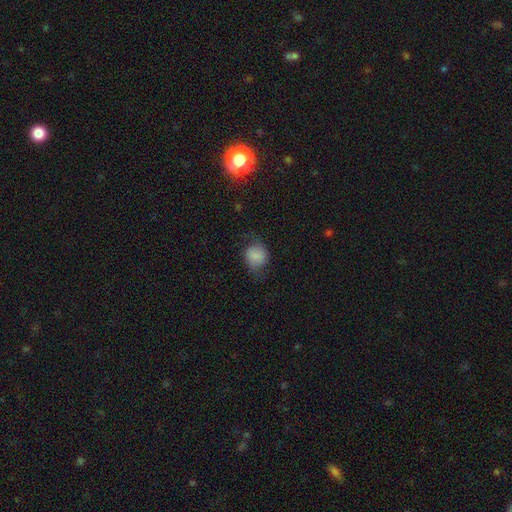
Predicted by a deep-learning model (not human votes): Smooth or featured? smooth (73%)
How rounded? round (70%)
Merging? none (61%)